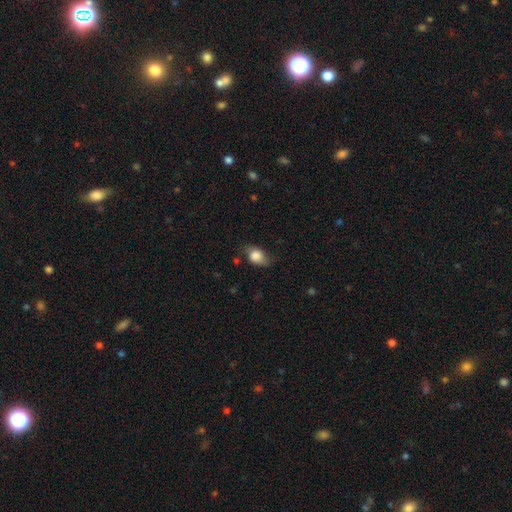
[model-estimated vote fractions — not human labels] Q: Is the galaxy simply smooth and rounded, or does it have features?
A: smooth — 78%.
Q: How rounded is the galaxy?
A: in between — 77%.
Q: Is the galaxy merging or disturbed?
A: none — 63%.